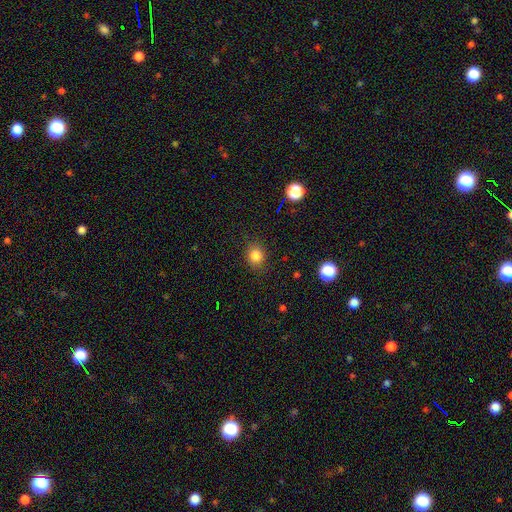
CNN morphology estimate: smooth-or-featured: smooth: 82% | star or artifact: 12% | featured or disk: 5%
  how-rounded: round: 74% | in between: 25% | cigar-shaped: 1%
  merging: none: 83% | minor disturbance: 12% | major disturbance: 4% | merger: 1%